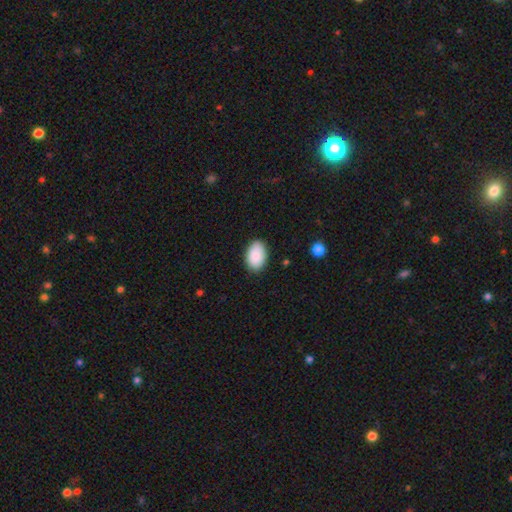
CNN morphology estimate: smooth-or-featured: smooth: 89% | star or artifact: 6% | featured or disk: 5%
  how-rounded: in between: 91% | round: 8% | cigar-shaped: 1%
  merging: none: 87% | minor disturbance: 10% | major disturbance: 2% | merger: 1%